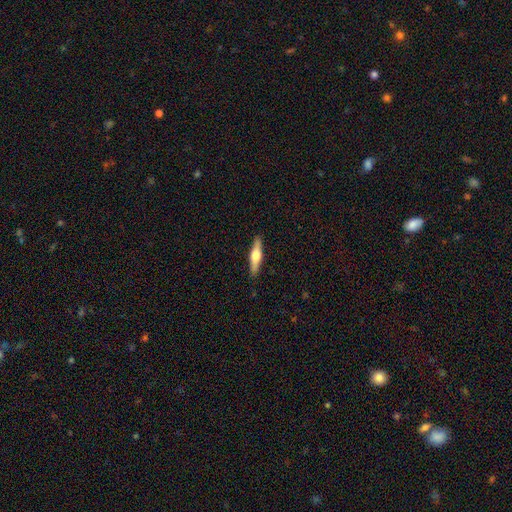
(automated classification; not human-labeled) The model was most divided on "smooth or featured": featured or disk: 53%, smooth: 42%, star or artifact: 5%. More confident: edge-on disk — yes (95%); merging — none (90%).